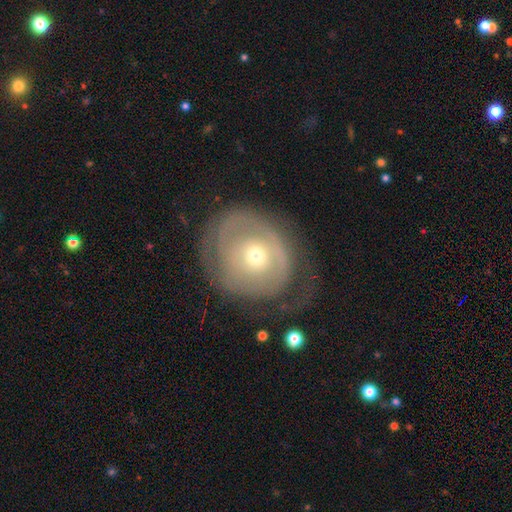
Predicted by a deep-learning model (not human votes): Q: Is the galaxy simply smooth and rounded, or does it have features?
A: featured or disk — 65%.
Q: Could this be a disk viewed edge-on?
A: no — 96%.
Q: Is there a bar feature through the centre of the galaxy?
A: no — 83%.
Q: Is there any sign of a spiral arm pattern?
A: yes — 63%.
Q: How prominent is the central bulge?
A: small — 49%.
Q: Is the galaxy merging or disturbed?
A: none — 49%.